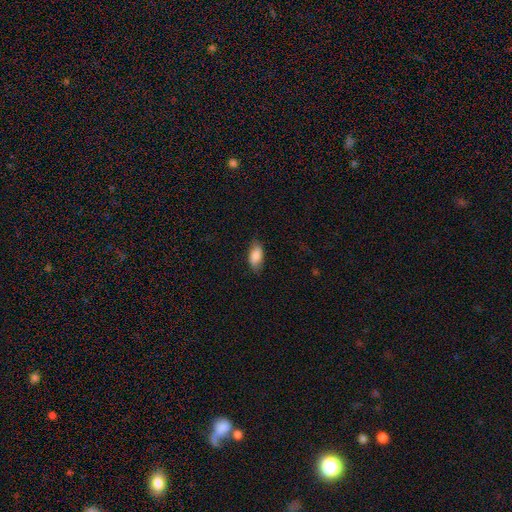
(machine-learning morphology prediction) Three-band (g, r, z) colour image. It shows a smooth galaxy with no disk features (85%) that is in between round and cigar-shaped (90%). Merging: none (79%).